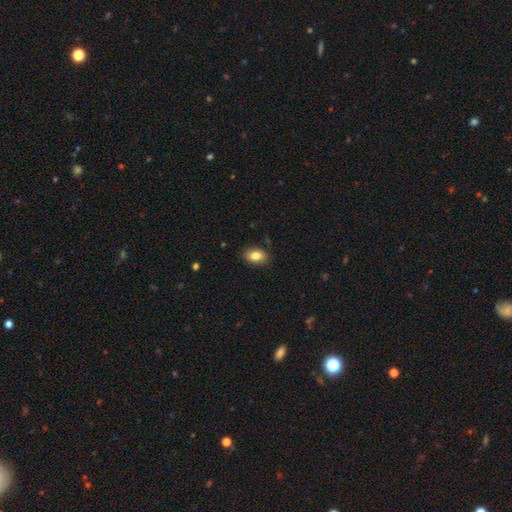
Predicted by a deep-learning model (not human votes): A smooth galaxy with no disk features (82%) that is in between round and cigar-shaped (87%).

Vote fractions:
- Smooth or featured? smooth: 82% / featured or disk: 10% / star or artifact: 8%
- How rounded? in between: 87% / round: 12% / cigar-shaped: 2%
- Merging? none: 87% / minor disturbance: 10% / major disturbance: 2% / merger: 1%